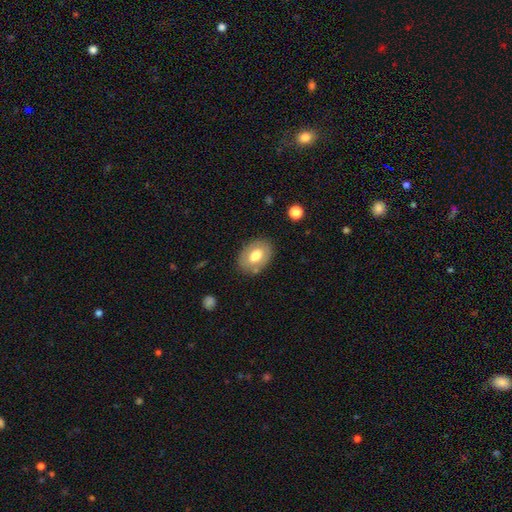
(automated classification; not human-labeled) This appears to be a smooth galaxy with no disk features (67%) that is in between round and cigar-shaped (82%). Merging: none (81%).